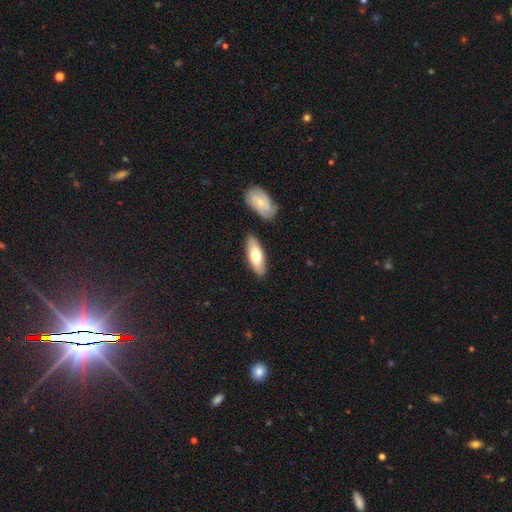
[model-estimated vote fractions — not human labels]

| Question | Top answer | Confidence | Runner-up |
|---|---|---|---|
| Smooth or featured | smooth | 66% | featured or disk (29%) |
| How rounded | in between | 66% | cigar-shaped (32%) |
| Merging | none | 82% | minor disturbance (11%) |